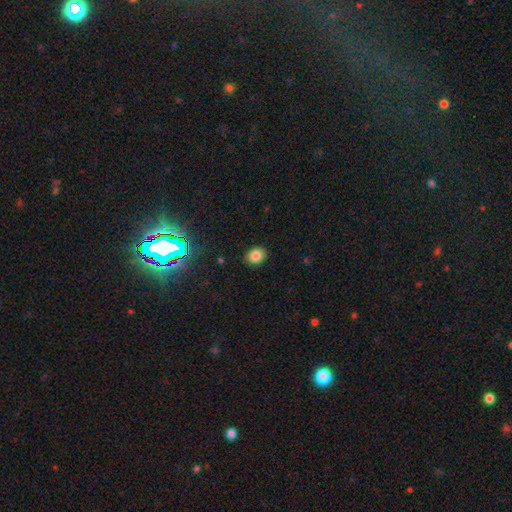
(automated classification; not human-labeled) This appears to be a smooth galaxy with no disk features (82%) that is in between round and cigar-shaped (50%). Merging: none (90%).